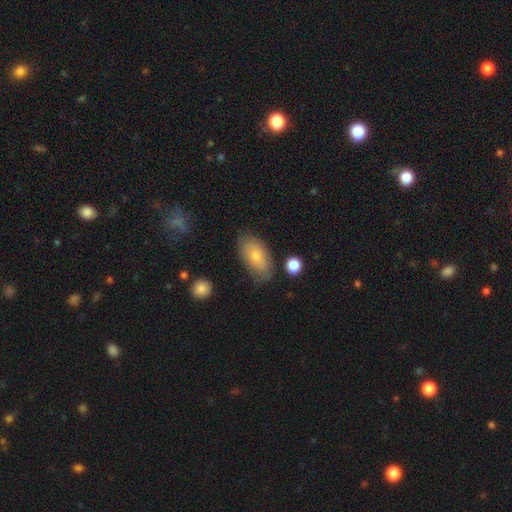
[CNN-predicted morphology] Q: Smooth or featured?
A: smooth (66%); runner-up: featured or disk (26%)
Q: How rounded?
A: in between (92%); runner-up: round (5%)
Q: Merging?
A: none (72%); runner-up: minor disturbance (21%)